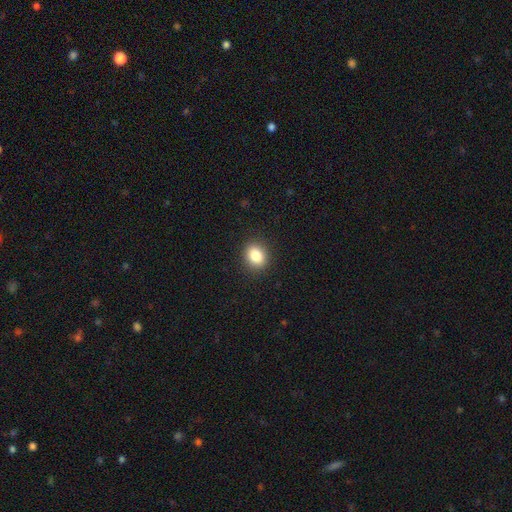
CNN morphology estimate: A smooth galaxy with no disk features (85%) that is in between round and cigar-shaped (51%).

Vote fractions:
- Smooth or featured? smooth: 85% / star or artifact: 10% / featured or disk: 6%
- How rounded? in between: 51% / round: 48% / cigar-shaped: 1%
- Merging? none: 90% / minor disturbance: 7% / major disturbance: 2% / merger: 1%